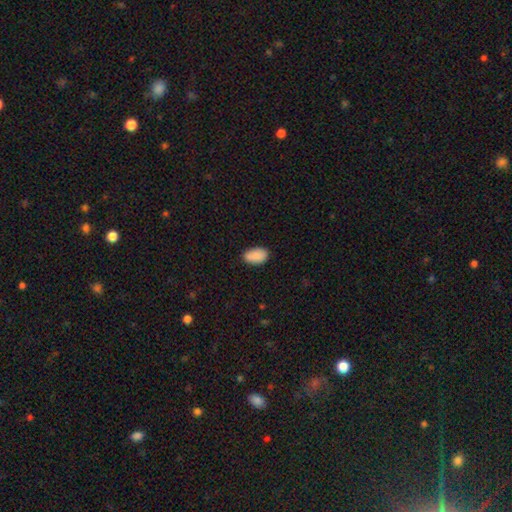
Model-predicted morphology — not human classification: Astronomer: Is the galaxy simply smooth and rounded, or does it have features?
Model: smooth — 89%.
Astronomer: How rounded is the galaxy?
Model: in between — 92%.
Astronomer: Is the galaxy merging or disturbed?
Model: none — 80%.